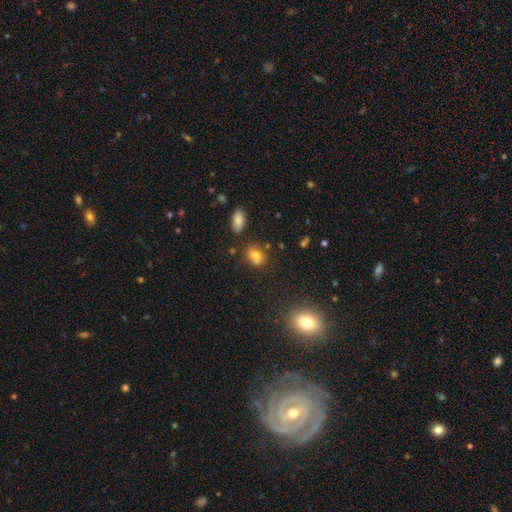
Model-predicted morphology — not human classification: type=smooth (72%); roundness=in between (56%); merging=none (53%).